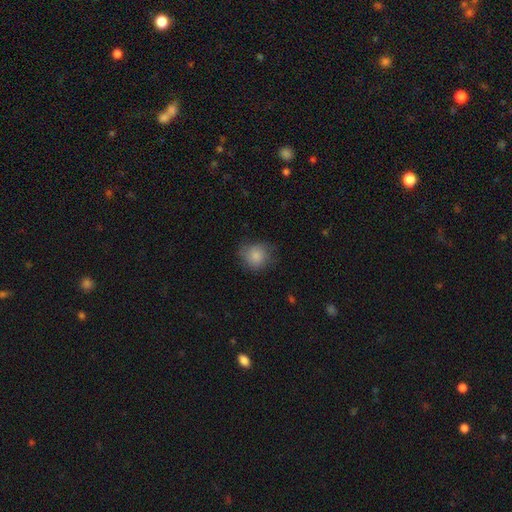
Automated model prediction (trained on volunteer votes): This appears to be a smooth galaxy with no disk features (83%) that is round (80%). Merging: none (65%).